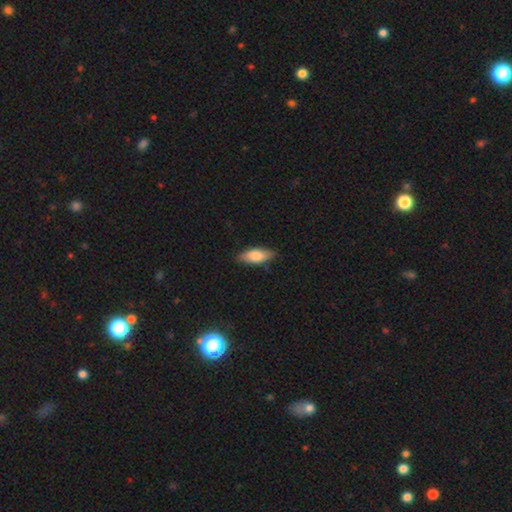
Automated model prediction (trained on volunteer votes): smooth-or-featured: smooth: 79% | featured or disk: 16% | star or artifact: 6%
  how-rounded: in between: 79% | cigar-shaped: 19% | round: 2%
  merging: none: 85% | minor disturbance: 12% | major disturbance: 2% | merger: 1%